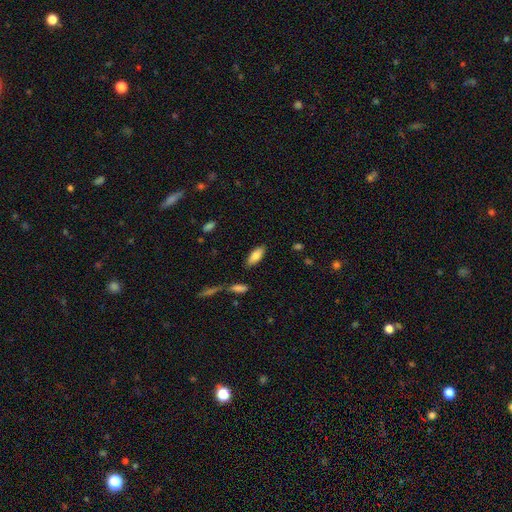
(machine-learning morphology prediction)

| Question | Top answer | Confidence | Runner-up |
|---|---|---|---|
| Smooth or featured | smooth | 81% | featured or disk (12%) |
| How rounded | in between | 80% | cigar-shaped (19%) |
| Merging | none | 84% | minor disturbance (11%) |